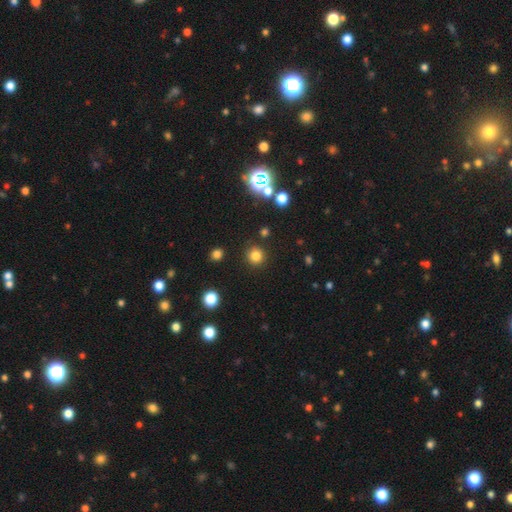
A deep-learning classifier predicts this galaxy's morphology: smooth_or_featured: smooth (p=0.79) [alt: star or artifact p=0.16]
how_rounded: round (p=0.93) [alt: in between p=0.06]
merging: none (p=0.88) [alt: minor disturbance p=0.06]